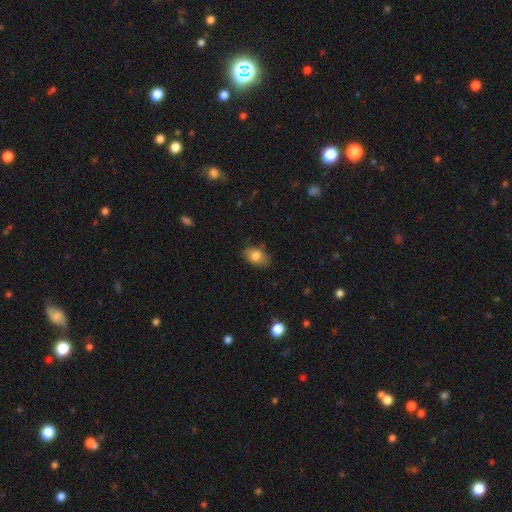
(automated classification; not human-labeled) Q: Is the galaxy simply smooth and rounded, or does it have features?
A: smooth — 80%.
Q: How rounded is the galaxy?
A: in between — 87%.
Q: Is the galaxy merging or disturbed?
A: none — 78%.